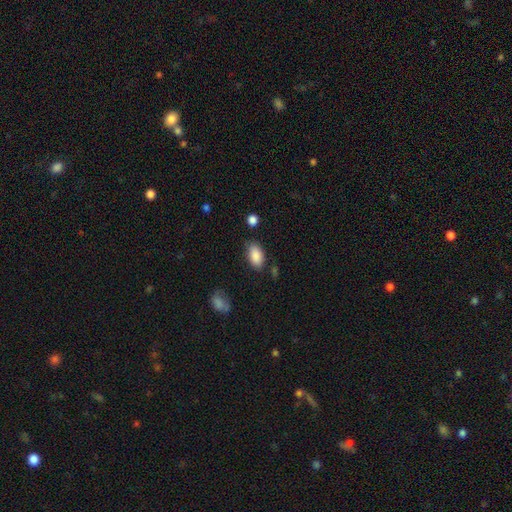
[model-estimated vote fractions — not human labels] smooth_or_featured: smooth (p=0.88) [alt: star or artifact p=0.07]
how_rounded: in between (p=0.93) [alt: round p=0.05]
merging: none (p=0.77) [alt: minor disturbance p=0.16]